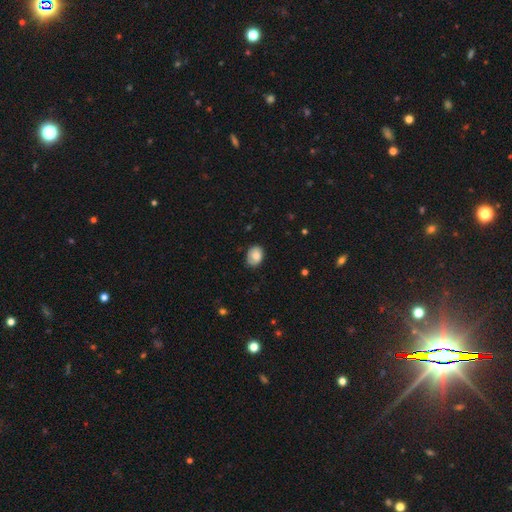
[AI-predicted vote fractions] A smooth galaxy with no disk features (78%) that is in between round and cigar-shaped (69%). Merging: none (68%).